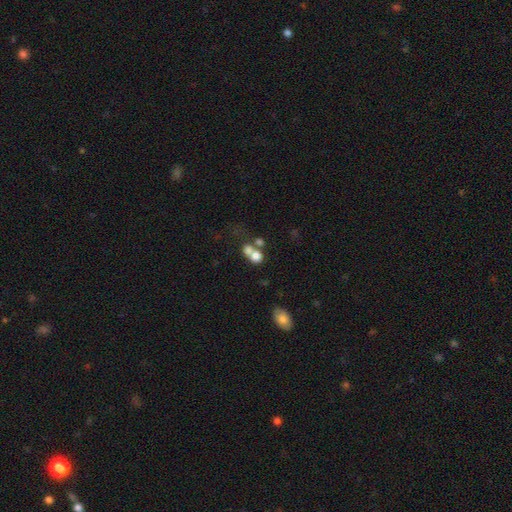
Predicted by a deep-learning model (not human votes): smooth-or-featured: smooth: 72% | featured or disk: 16% | star or artifact: 12%
  how-rounded: round: 68% | in between: 30% | cigar-shaped: 1%
  merging: merger: 58% | none: 29% | minor disturbance: 7% | major disturbance: 6%